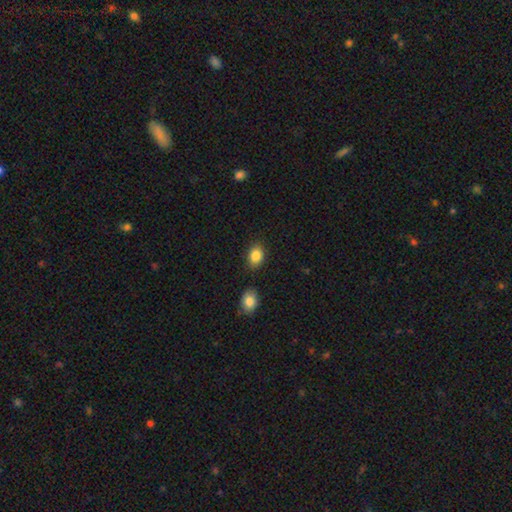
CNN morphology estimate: Q: Smooth or featured?
A: smooth (86%); runner-up: star or artifact (8%)
Q: How rounded?
A: in between (70%); runner-up: round (29%)
Q: Merging?
A: none (81%); runner-up: minor disturbance (11%)